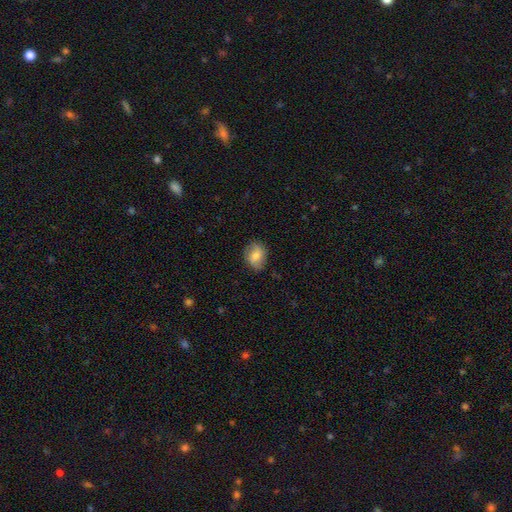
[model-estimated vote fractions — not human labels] Q: Smooth or featured?
A: smooth (75%); runner-up: featured or disk (17%)
Q: How rounded?
A: in between (52%); runner-up: round (47%)
Q: Merging?
A: none (76%); runner-up: minor disturbance (18%)